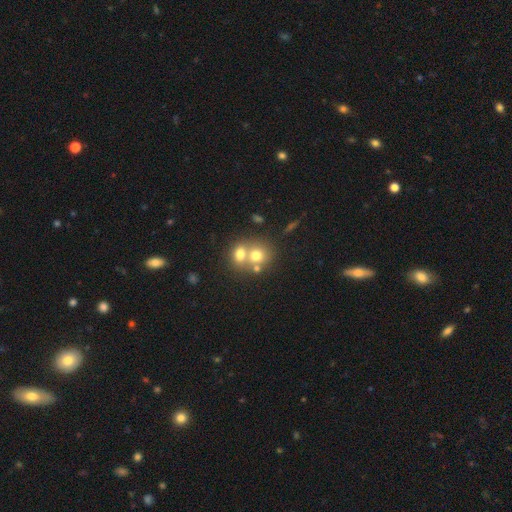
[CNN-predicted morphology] Smooth or featured? smooth (69%)
How rounded? round (72%)
Merging? merger (60%)